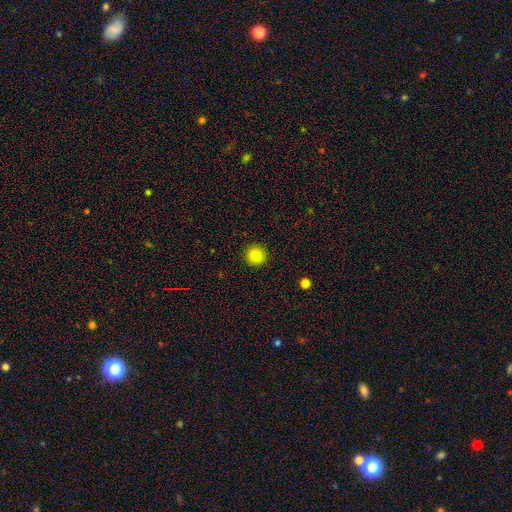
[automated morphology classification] Smooth or featured? Predicted: smooth (p=0.85). How rounded? Predicted: round (p=0.95). Merging? Predicted: none (p=0.92).